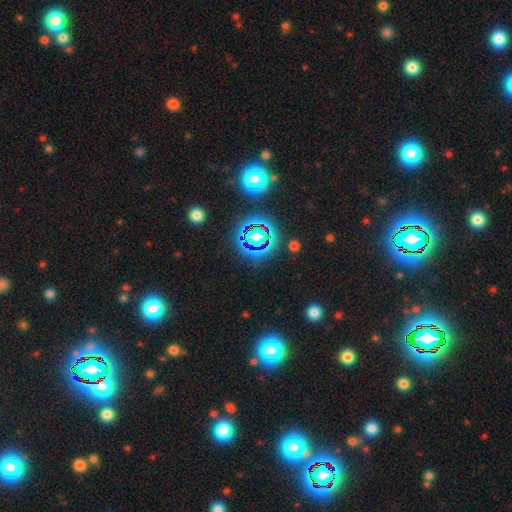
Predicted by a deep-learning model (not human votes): The model was most divided on "smooth or featured": star or artifact: 74%, smooth: 18%, featured or disk: 8%.